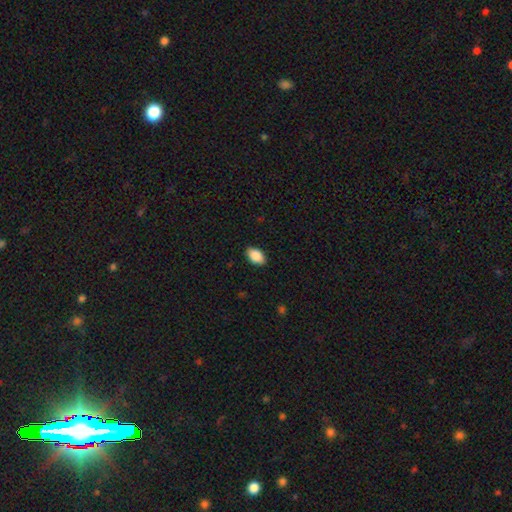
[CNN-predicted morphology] This is clearly a smooth galaxy (88%). How rounded: clearly in between (92%). Merging: clearly none (88%).